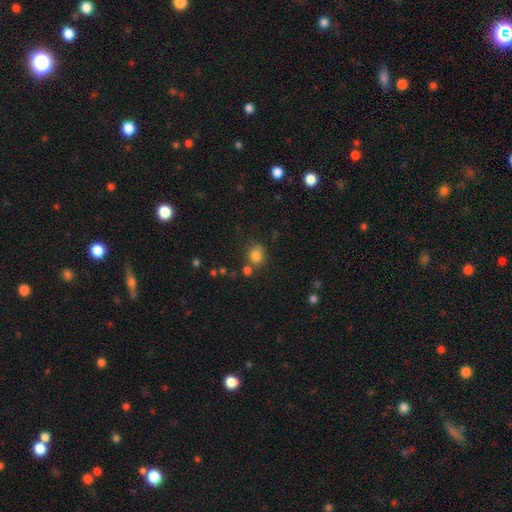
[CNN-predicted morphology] smooth 79%, star or artifact 13%, featured or disk 8%. Down the decision tree: how rounded — round (73%); merging — none (64%).